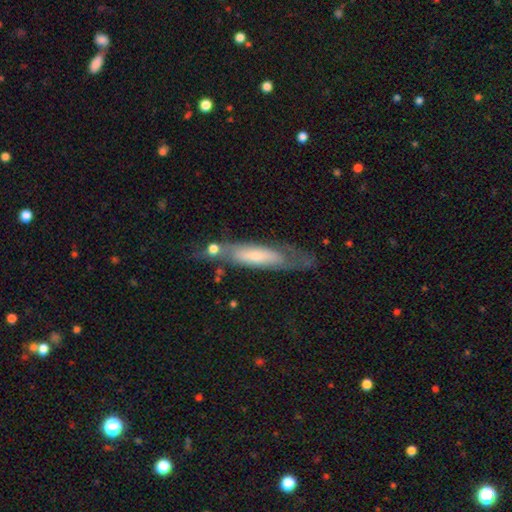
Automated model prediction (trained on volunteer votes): Morphology: type=smooth (48%); merging=none (55%).